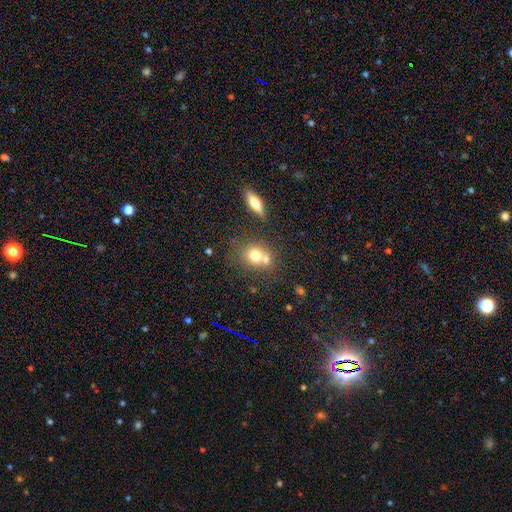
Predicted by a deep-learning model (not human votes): smooth_or_featured: smooth (p=0.70) [alt: featured or disk p=0.18]
how_rounded: round (p=0.65) [alt: in between p=0.34]
merging: merger (p=0.44) [alt: none p=0.41]